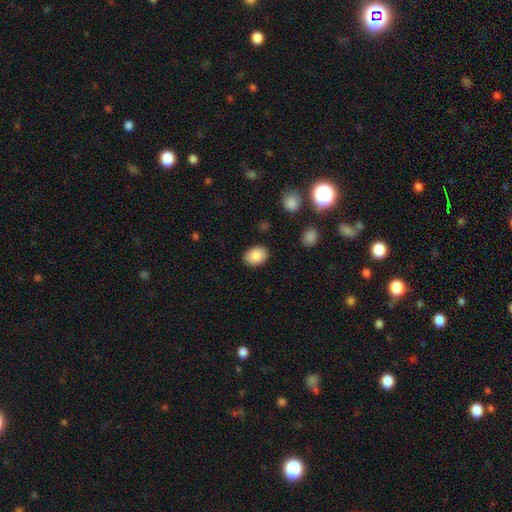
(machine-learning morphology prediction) type=smooth (85%); roundness=in between (77%); merging=none (87%).